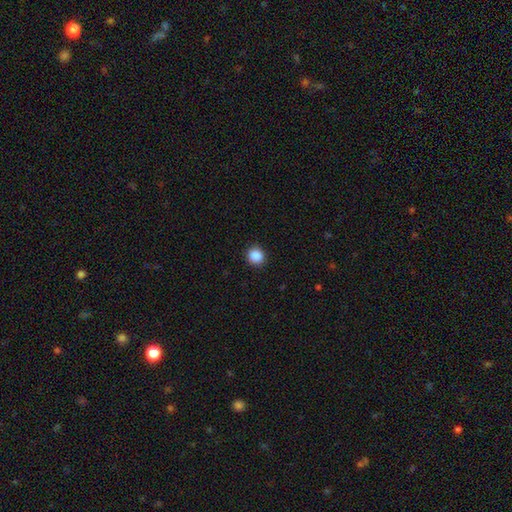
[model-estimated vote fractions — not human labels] smooth 88%, star or artifact 9%, featured or disk 2%. Down the decision tree: how rounded — round (88%); merging — none (91%).